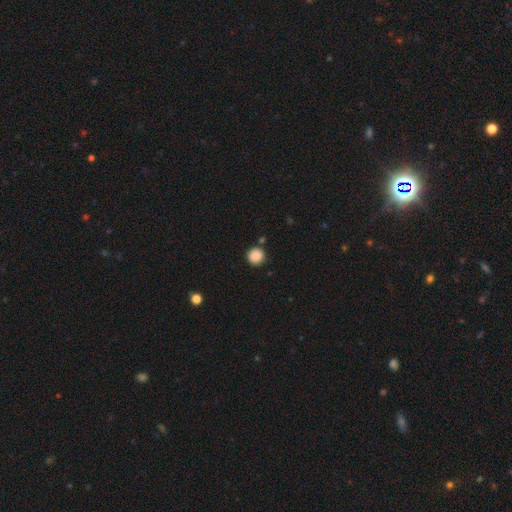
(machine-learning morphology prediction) A smooth galaxy with no disk features (88%) that is round (95%). Merging: none (88%).